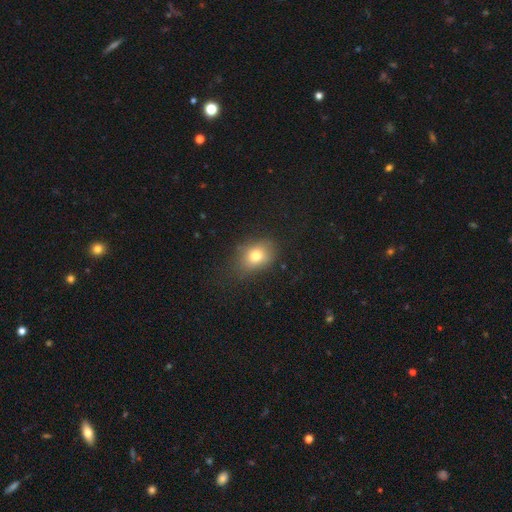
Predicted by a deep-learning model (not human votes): Smooth or featured? smooth (77%)
How rounded? in between (63%)
Merging? none (76%)